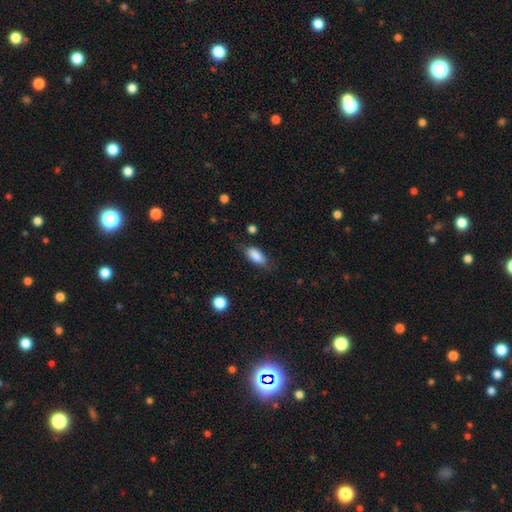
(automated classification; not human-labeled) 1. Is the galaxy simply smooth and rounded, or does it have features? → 84% smooth, 8% featured or disk, 7% star or artifact.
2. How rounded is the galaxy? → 84% in between, 14% cigar-shaped, 3% round.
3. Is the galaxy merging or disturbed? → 70% none, 22% minor disturbance, 6% major disturbance, 2% merger.